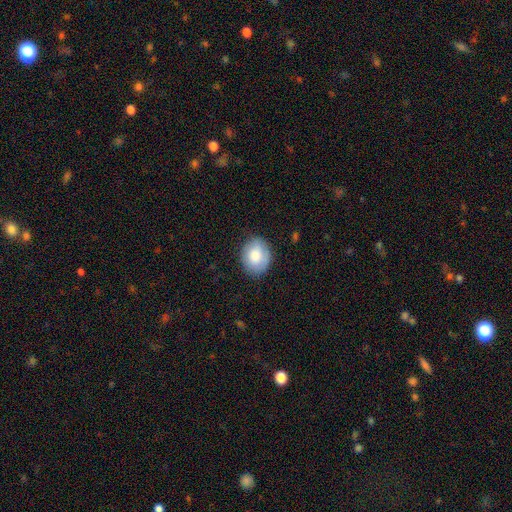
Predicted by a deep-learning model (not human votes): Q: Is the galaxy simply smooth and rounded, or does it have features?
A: smooth — 79%.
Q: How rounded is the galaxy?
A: in between — 51%.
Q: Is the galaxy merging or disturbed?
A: none — 81%.